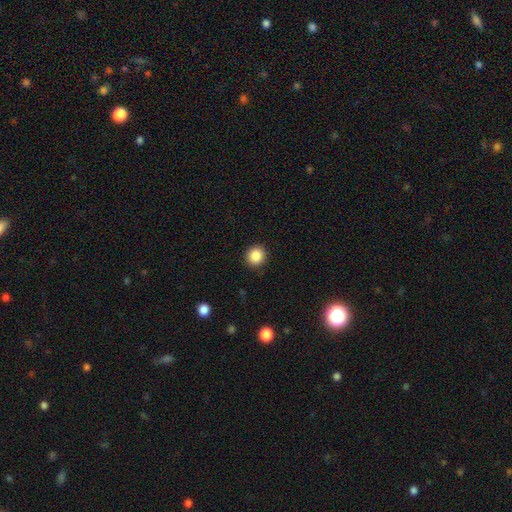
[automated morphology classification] smooth 87%, star or artifact 9%, featured or disk 3%. Down the decision tree: how rounded — round (89%); merging — none (91%).